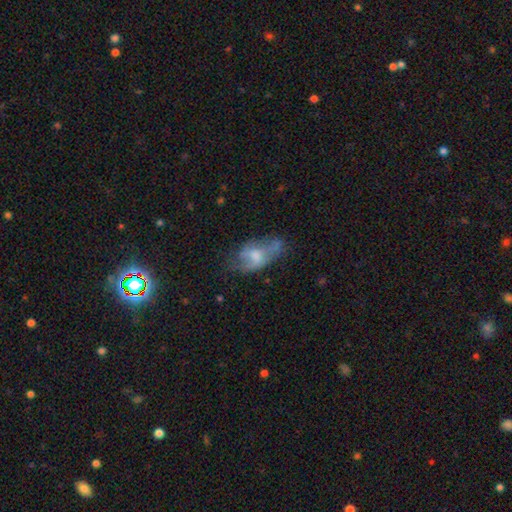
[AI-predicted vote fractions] A featured or disk galaxy (51%). Merging: none (41%).